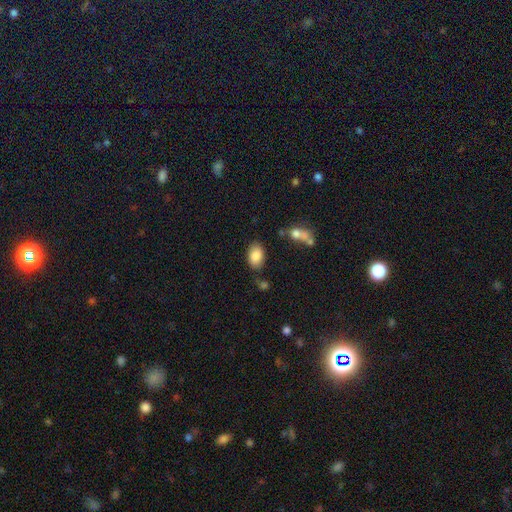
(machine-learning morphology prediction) smooth_or_featured: smooth (p=0.85) [alt: featured or disk p=0.08]
how_rounded: in between (p=0.91) [alt: round p=0.08]
merging: none (p=0.78) [alt: minor disturbance p=0.14]